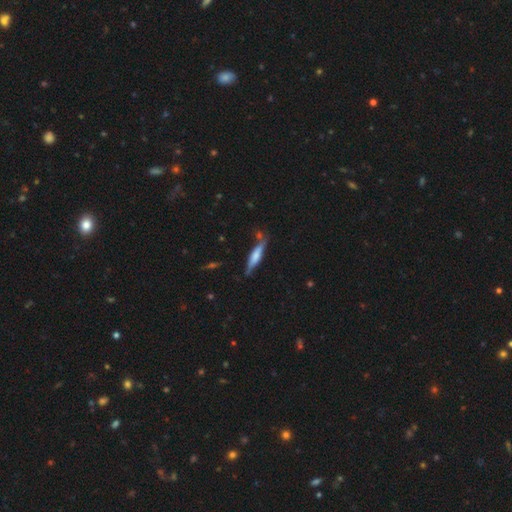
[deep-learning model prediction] Q: Smooth or featured?
A: smooth (48%); runner-up: featured or disk (46%)
Q: Merging?
A: none (72%); runner-up: minor disturbance (18%)